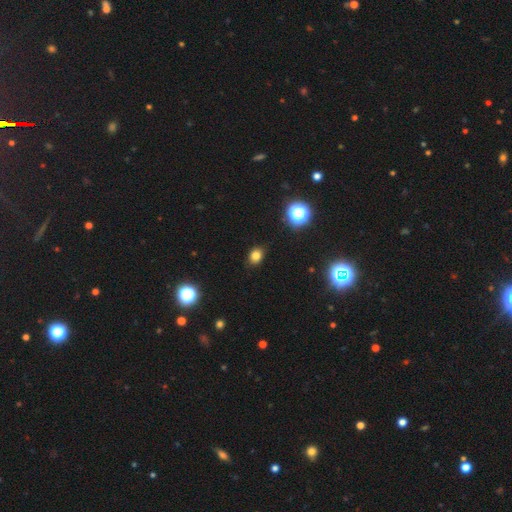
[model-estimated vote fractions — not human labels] Morphology: type=smooth (79%); roundness=in between (51%); merging=none (87%).